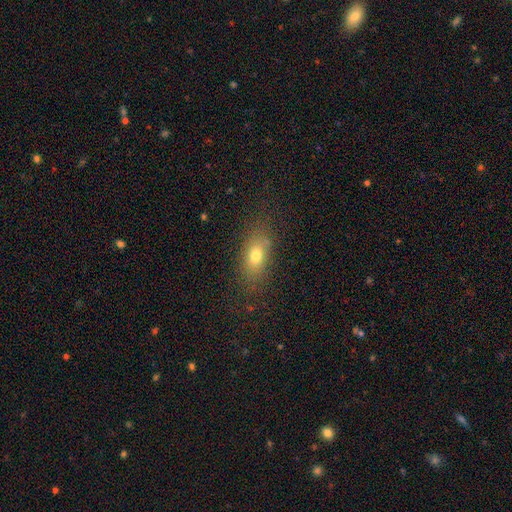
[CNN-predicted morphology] Smooth or featured?
  - smooth: 72% *
  - featured or disk: 17%
  - star or artifact: 12%
How rounded?
  - in between: 78% *
  - cigar-shaped: 13%
  - round: 9%
Merging?
  - none: 78% *
  - minor disturbance: 15%
  - major disturbance: 6%
  - merger: 2%